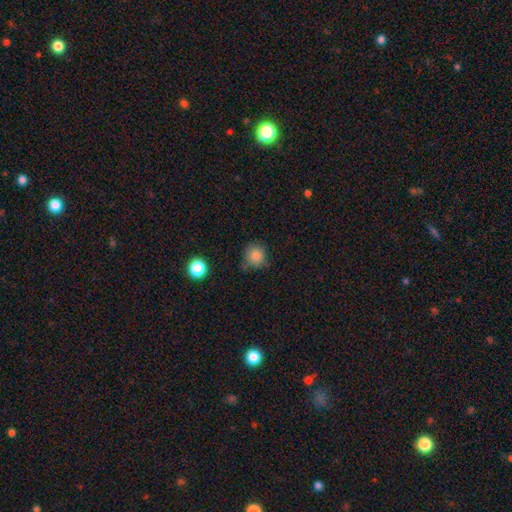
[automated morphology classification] A smooth galaxy with no disk features (82%) that is round (91%). Merging: none (76%).